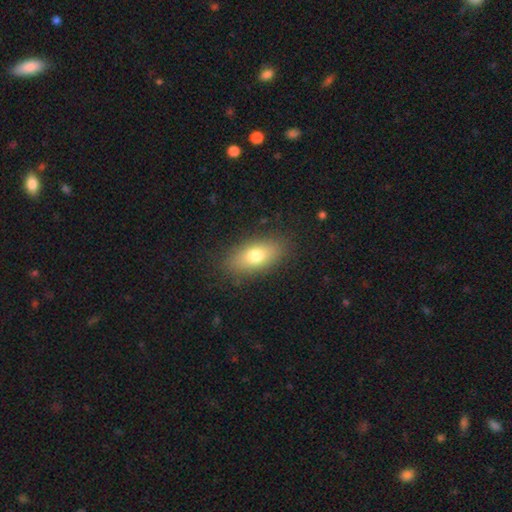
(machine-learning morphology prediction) A smooth galaxy with no disk features (75%) that is in between round and cigar-shaped (85%).

Vote fractions:
- Smooth or featured? smooth: 75% / featured or disk: 16% / star or artifact: 8%
- How rounded? in between: 85% / cigar-shaped: 8% / round: 6%
- Merging? none: 85% / minor disturbance: 11% / major disturbance: 3% / merger: 1%